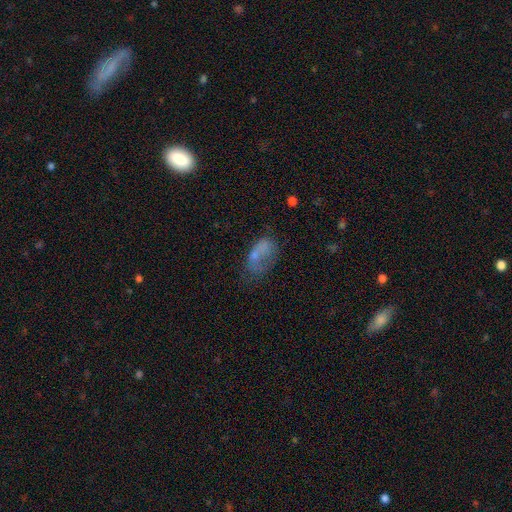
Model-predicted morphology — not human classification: type=smooth (55%); roundness=in between (86%); merging=none (32%).